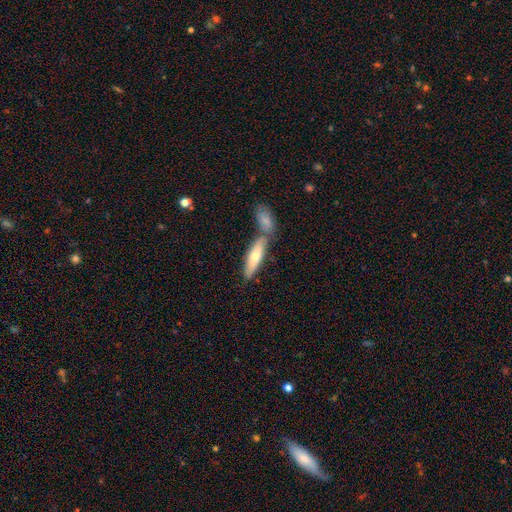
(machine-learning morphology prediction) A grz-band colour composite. It shows a smooth galaxy with no disk features (46%). Merging: none (51%).